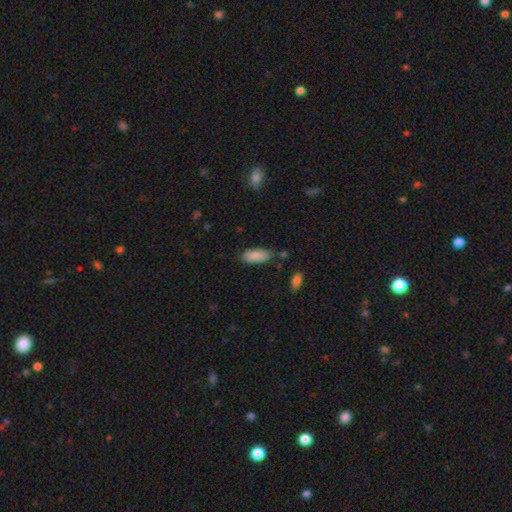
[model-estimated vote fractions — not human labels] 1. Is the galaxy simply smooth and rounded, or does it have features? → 86% smooth, 8% featured or disk, 6% star or artifact.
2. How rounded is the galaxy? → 87% in between, 11% cigar-shaped, 2% round.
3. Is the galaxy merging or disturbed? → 74% none, 19% minor disturbance, 4% merger, 3% major disturbance.